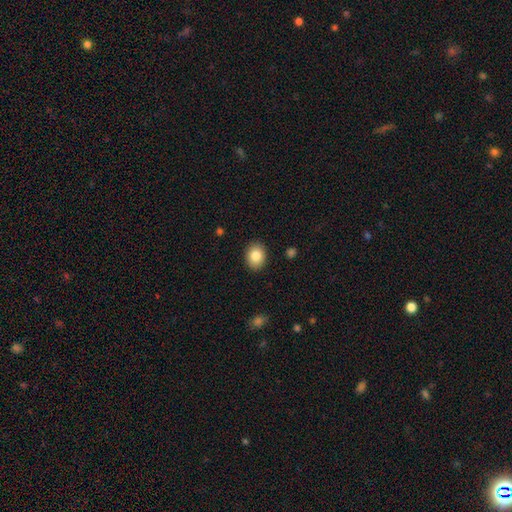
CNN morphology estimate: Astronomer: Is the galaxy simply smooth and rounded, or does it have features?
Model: smooth — 84%.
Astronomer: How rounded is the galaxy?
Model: in between — 58% (runner-up: round, 41%).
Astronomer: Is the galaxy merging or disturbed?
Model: none — 89%.